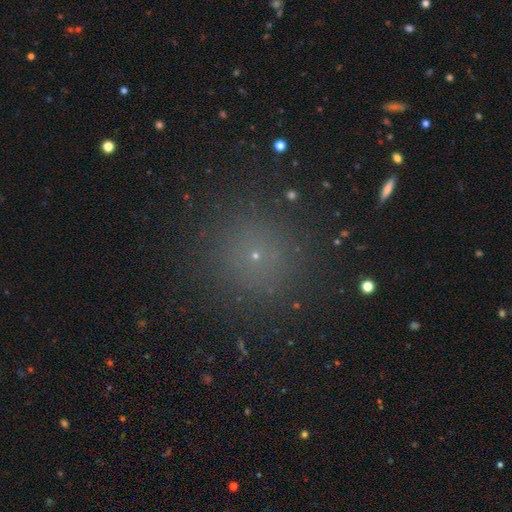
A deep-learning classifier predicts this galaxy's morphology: smooth_or_featured: smooth (p=0.60) [alt: star or artifact p=0.33]
how_rounded: round (p=0.96) [alt: in between p=0.03]
merging: none (p=0.90) [alt: minor disturbance p=0.06]